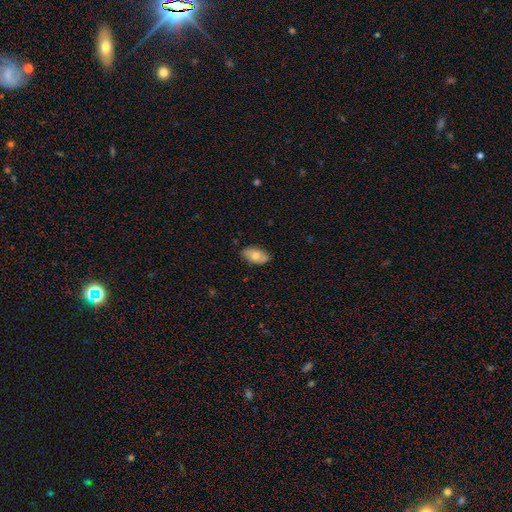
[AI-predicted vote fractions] Smooth or featured? Predicted: smooth (p=0.68). How rounded? Predicted: in between (p=0.94). Merging? Predicted: none (p=0.83).